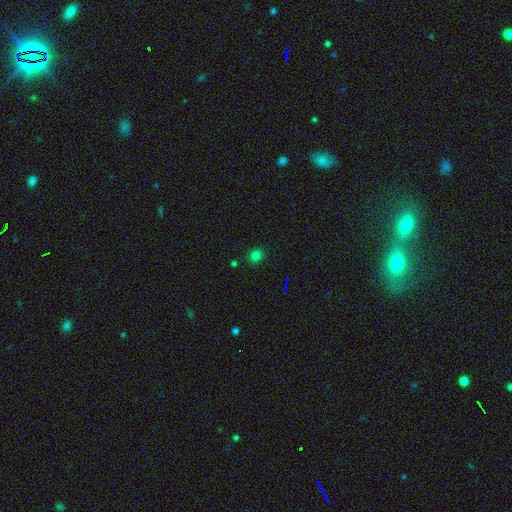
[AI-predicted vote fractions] Smooth or featured: smooth — 75% (star or artifact — 20%)
How rounded: round — 71% (in between — 28%)
Merging: none — 87% (minor disturbance — 8%)